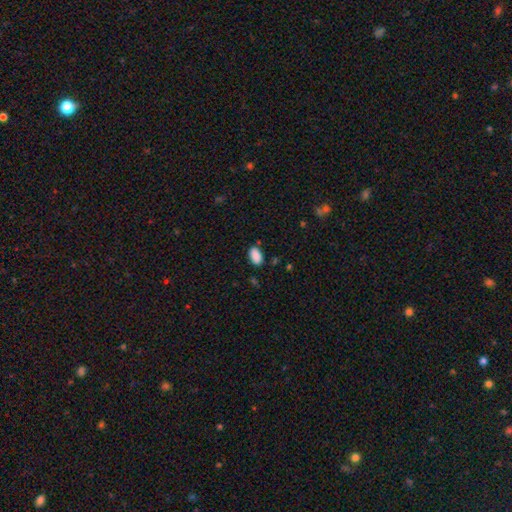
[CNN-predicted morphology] The model was most divided on "merging": none: 82%, minor disturbance: 13%, major disturbance: 3%, merger: 2%. More confident: how rounded — in between (92%); smooth or featured — smooth (89%).